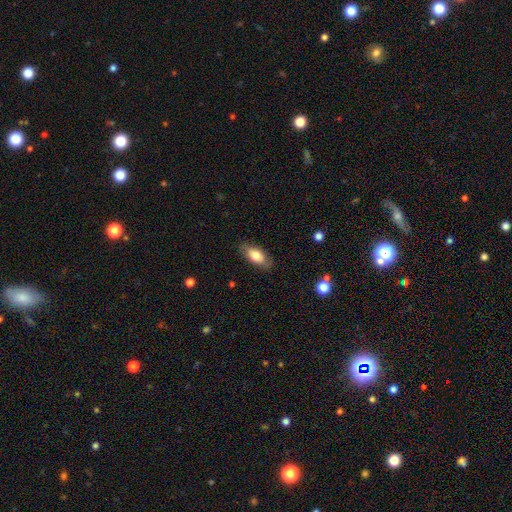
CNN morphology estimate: This appears to be a smooth galaxy with no disk features (73%) that is in between round and cigar-shaped (87%). Merging: none (82%).